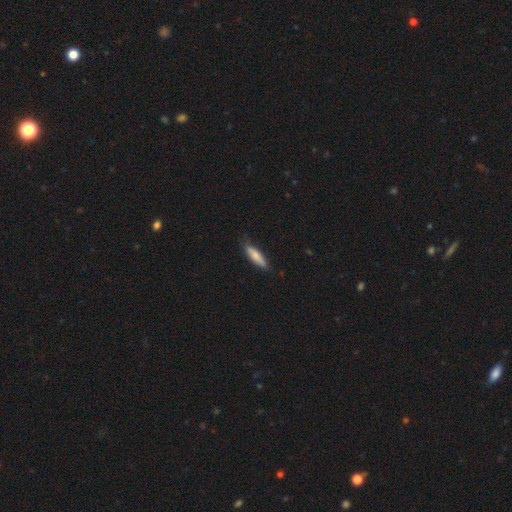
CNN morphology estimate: Smooth or featured?
  - smooth: 76% *
  - featured or disk: 18%
  - star or artifact: 6%
How rounded?
  - cigar-shaped: 68% *
  - in between: 30%
  - round: 2%
Merging?
  - none: 75% *
  - minor disturbance: 20%
  - major disturbance: 3%
  - merger: 1%